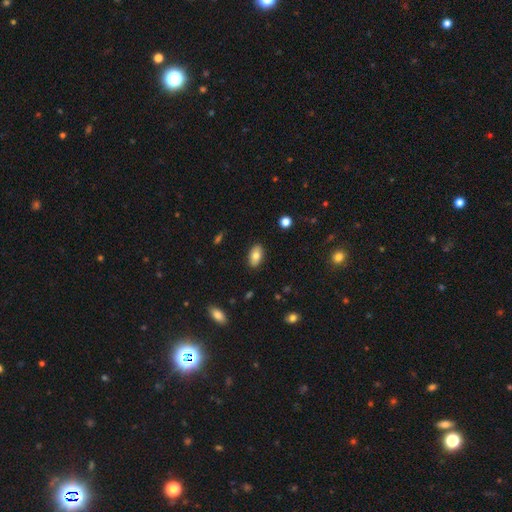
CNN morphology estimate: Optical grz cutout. It shows a smooth galaxy with no disk features (81%) that is in between round and cigar-shaped (92%). Merging: none (88%).